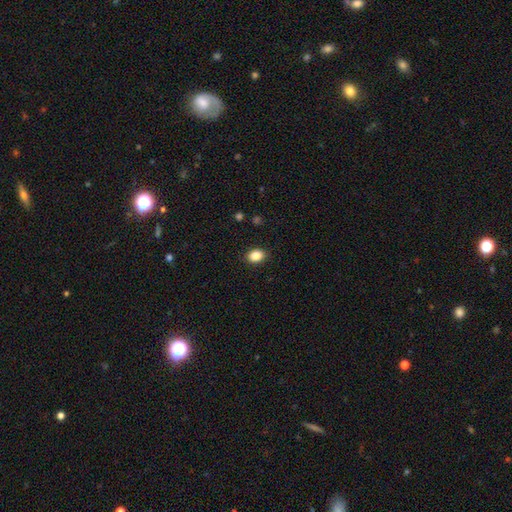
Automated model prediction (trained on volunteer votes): This appears to be a smooth galaxy with no disk features (86%) that is in between round and cigar-shaped (65%). Merging: none (89%).